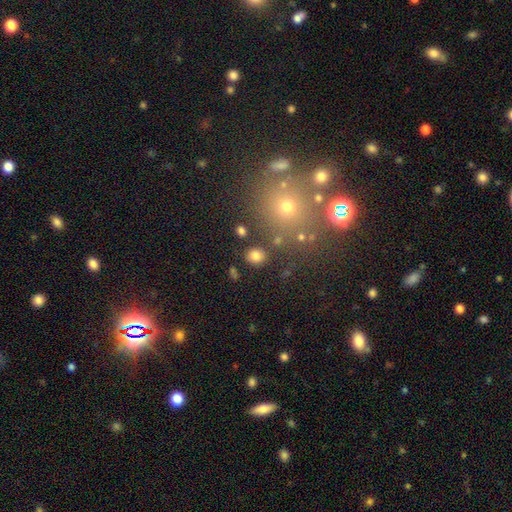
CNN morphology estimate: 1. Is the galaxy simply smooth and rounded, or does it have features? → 80% smooth, 13% star or artifact, 7% featured or disk.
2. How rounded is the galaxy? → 73% round, 26% in between, 1% cigar-shaped.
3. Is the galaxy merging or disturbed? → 83% none, 8% minor disturbance, 5% merger, 3% major disturbance.